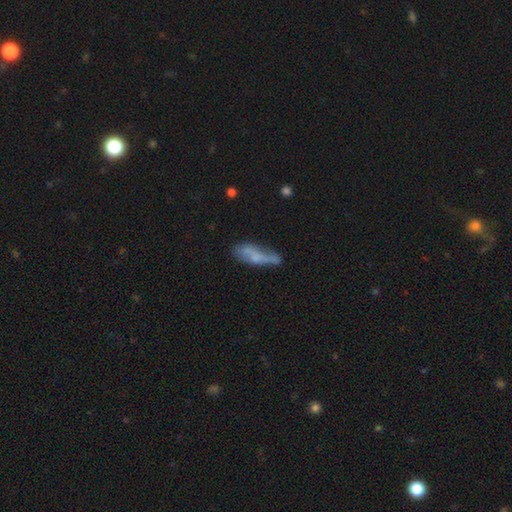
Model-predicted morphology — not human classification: A smooth galaxy with no disk features (52%) that is cigar-shaped (57%).

Vote fractions:
- Smooth or featured? smooth: 52% / featured or disk: 38% / star or artifact: 9%
- How rounded? cigar-shaped: 57% / in between: 41% / round: 3%
- Merging? none: 42% / minor disturbance: 28% / major disturbance: 18% / merger: 13%